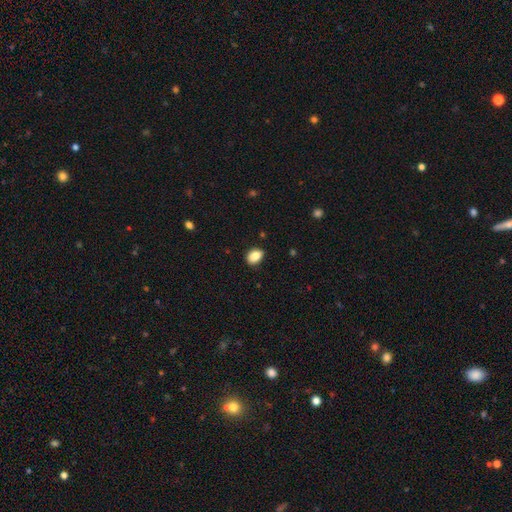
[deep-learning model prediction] Smooth or featured: smooth — 87% (star or artifact — 8%)
How rounded: in between — 77% (round — 21%)
Merging: none — 83% (minor disturbance — 14%)